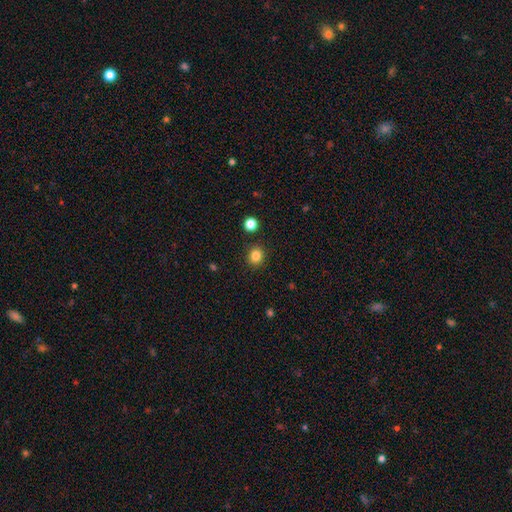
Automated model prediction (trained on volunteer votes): This is clearly a smooth galaxy (84%). How rounded: likely round (77%). Merging: clearly none (88%).